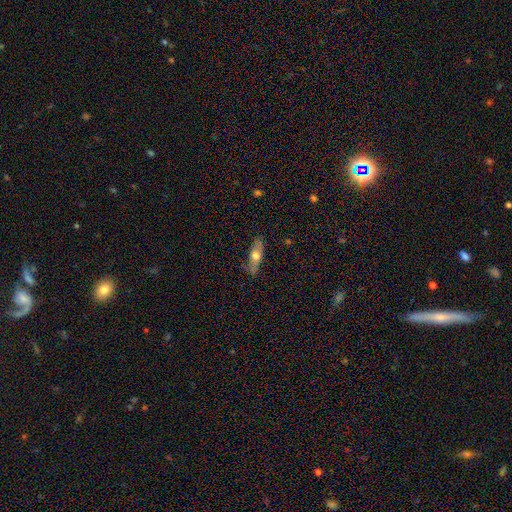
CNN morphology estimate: smooth-or-featured: smooth: 55% | featured or disk: 38% | star or artifact: 7%
  how-rounded: in between: 50% | cigar-shaped: 46% | round: 4%
  merging: none: 76% | minor disturbance: 18% | major disturbance: 4% | merger: 2%